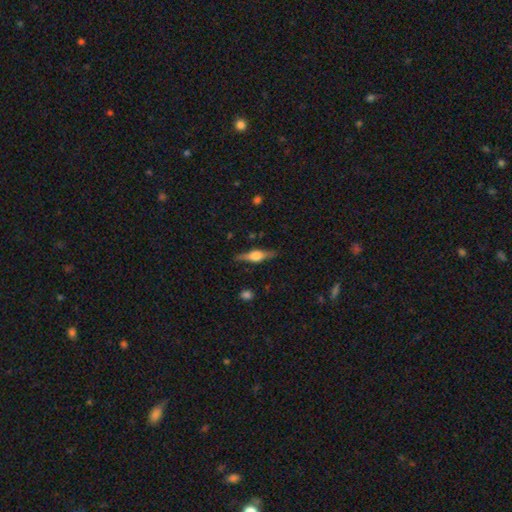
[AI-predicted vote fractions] A featured or disk galaxy (70%) viewed edge-on (96%) with a rounded central bulge (87%). Merging: none (85%).